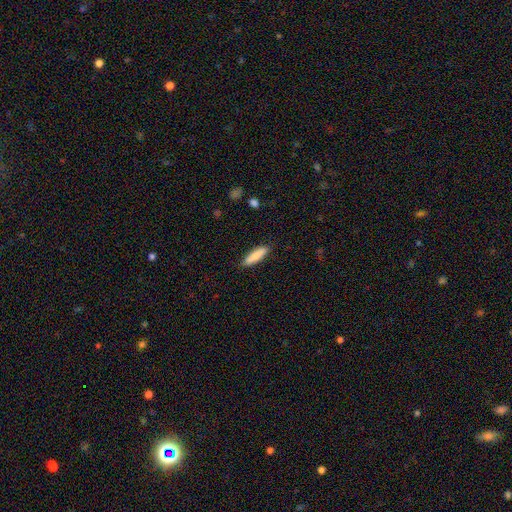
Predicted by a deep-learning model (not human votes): A smooth galaxy with no disk features (80%) that is cigar-shaped (64%). Merging: none (88%).